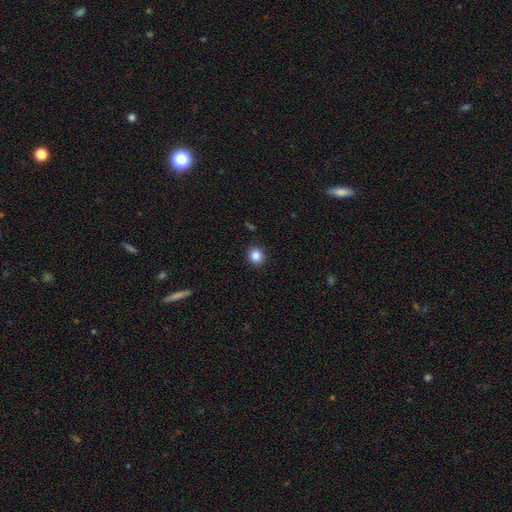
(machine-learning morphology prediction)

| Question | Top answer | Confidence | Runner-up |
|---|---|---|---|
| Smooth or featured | smooth | 86% | star or artifact (10%) |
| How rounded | round | 85% | in between (14%) |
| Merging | none | 90% | minor disturbance (7%) |